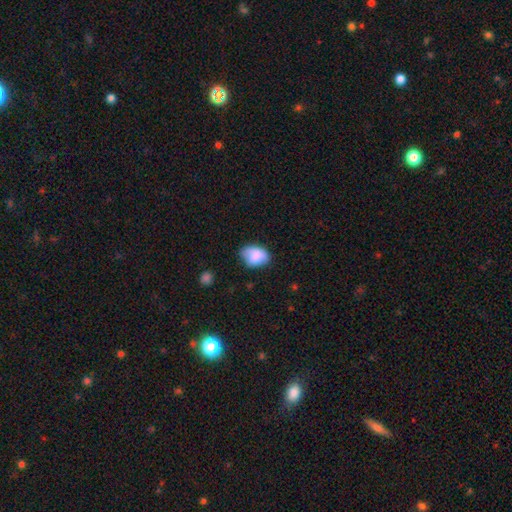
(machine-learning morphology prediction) Overall: smooth (82%). How rounded: in between (79%). Merging: none (63%; minor disturbance 30%).